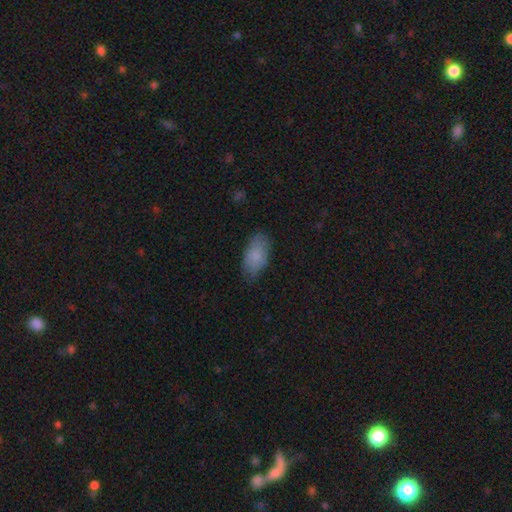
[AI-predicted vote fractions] Morphology: type=smooth (83%); roundness=in between (93%); merging=none (69%).